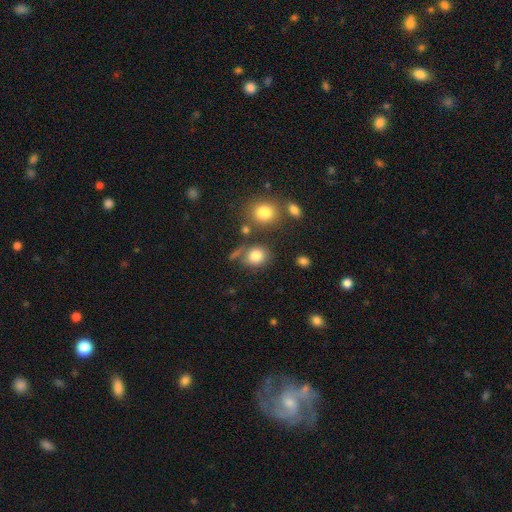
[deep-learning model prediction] Smooth or featured? Predicted: smooth (p=0.81). How rounded? Predicted: round (p=0.63). Merging? Predicted: none (p=0.65).